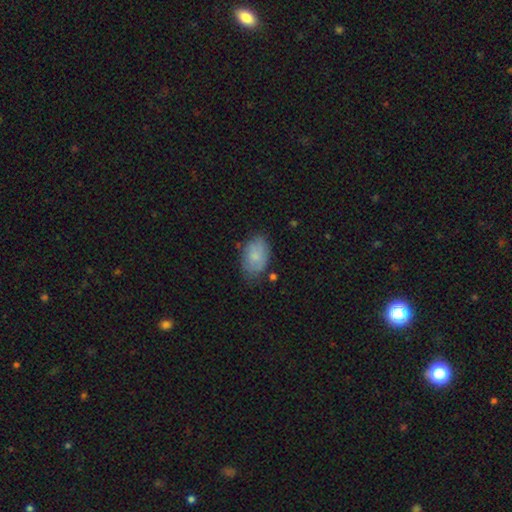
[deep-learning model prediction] Smooth or featured?
  - smooth: 78% *
  - featured or disk: 15%
  - star or artifact: 7%
How rounded?
  - in between: 90% *
  - round: 9%
  - cigar-shaped: 1%
Merging?
  - none: 66% *
  - minor disturbance: 26%
  - major disturbance: 6%
  - merger: 3%